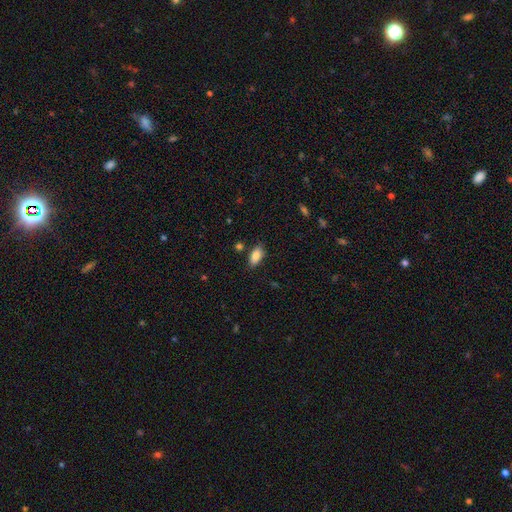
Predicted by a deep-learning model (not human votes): smooth_or_featured: smooth (p=0.83) [alt: featured or disk p=0.09]
how_rounded: in between (p=0.90) [alt: cigar-shaped p=0.06]
merging: none (p=0.81) [alt: minor disturbance p=0.14]